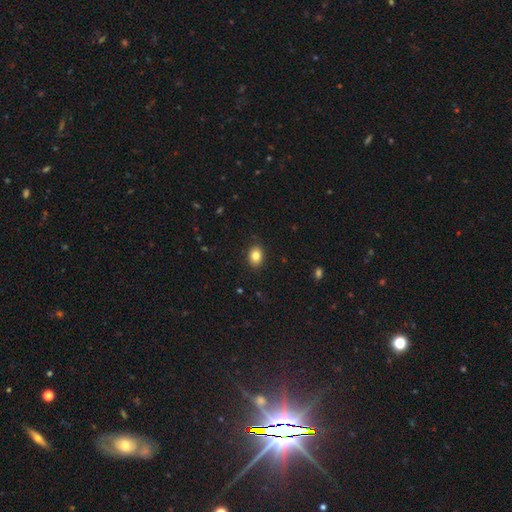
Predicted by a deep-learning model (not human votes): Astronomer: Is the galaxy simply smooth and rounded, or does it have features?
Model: smooth — 84%.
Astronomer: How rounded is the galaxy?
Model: in between — 67%.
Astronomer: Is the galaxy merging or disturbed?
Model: none — 89%.